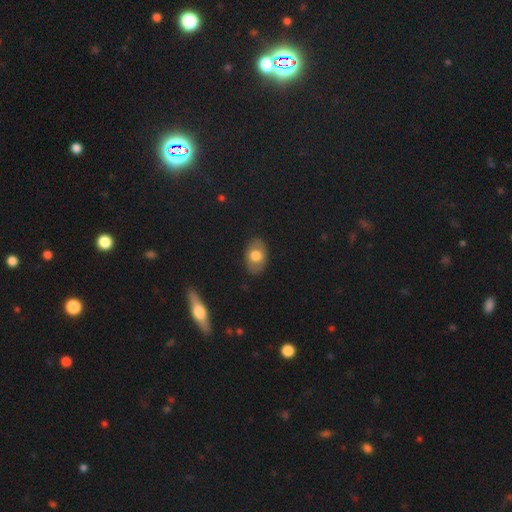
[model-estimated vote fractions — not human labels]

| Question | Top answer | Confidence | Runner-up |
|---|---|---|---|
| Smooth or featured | smooth | 65% | featured or disk (28%) |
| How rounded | in between | 84% | round (15%) |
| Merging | none | 84% | minor disturbance (12%) |